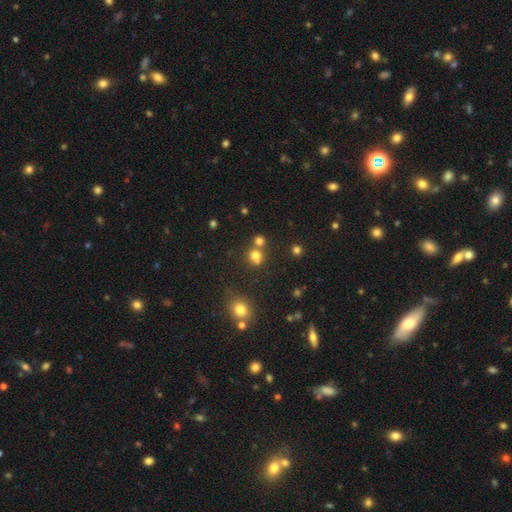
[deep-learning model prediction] A smooth galaxy with no disk features (75%) that is round (75%). Merging: none (57%).